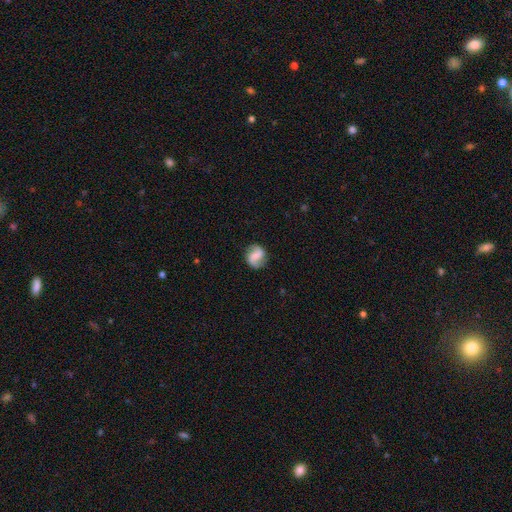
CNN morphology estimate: smooth-or-featured: featured or disk: 67% | smooth: 25% | star or artifact: 7%
  disk-edge-on: no: 98% | yes: 2%
    bar: weak: 45% | no: 31% | strong: 24%
    has-spiral-arms: yes: 94% | no: 6%
      spiral-winding: loose: 45% | medium: 40% | tight: 16%
      spiral-arm-count: 2: 88% | 1: 5% | can't tell: 4% | 3: 1% | 4: 1% | more than 4: 1%
    bulge-size: none: 32% | small: 30% | moderate: 26% | large: 9% | dominant: 2%
  merging: none: 80% | minor disturbance: 13% | major disturbance: 5% | merger: 1%